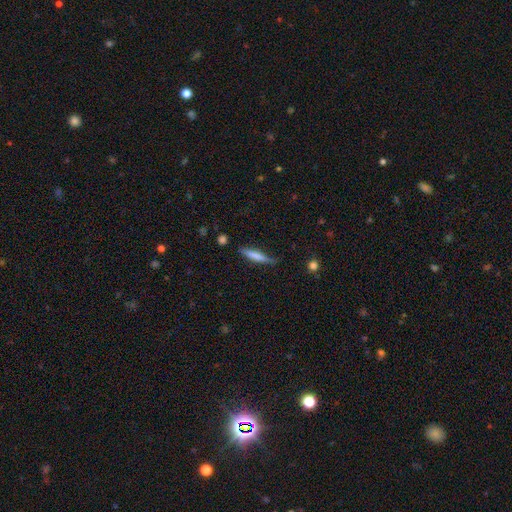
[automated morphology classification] The model was most divided on "smooth or featured": smooth: 63%, featured or disk: 31%, star or artifact: 6%. More confident: how rounded — cigar-shaped (88%); merging — none (70%).